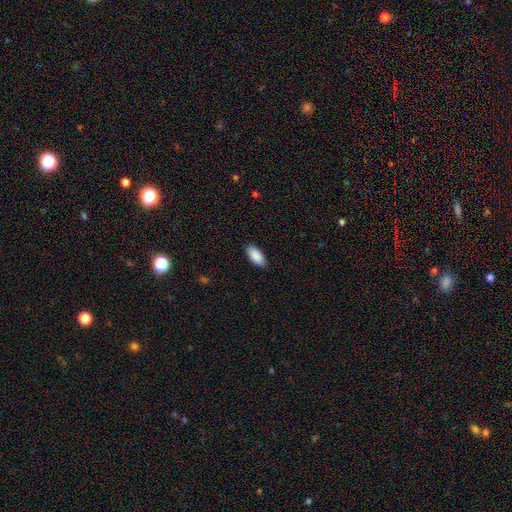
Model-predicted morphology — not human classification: Q: Smooth or featured?
A: smooth (91%); runner-up: star or artifact (6%)
Q: How rounded?
A: in between (91%); runner-up: cigar-shaped (8%)
Q: Merging?
A: none (88%); runner-up: minor disturbance (9%)